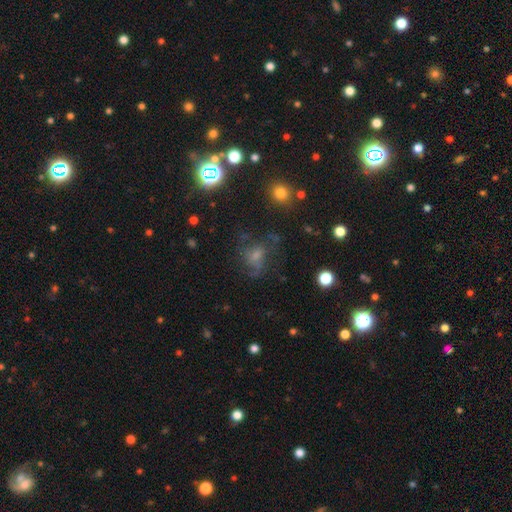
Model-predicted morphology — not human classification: A featured or disk galaxy (34%, tied with star or artifact).

Vote fractions:
- Smooth or featured? featured or disk: 34% (tied) / star or artifact: 34% (tied) / smooth: 32%
- Merging? none: 55% / major disturbance: 22% / minor disturbance: 19% / merger: 3%